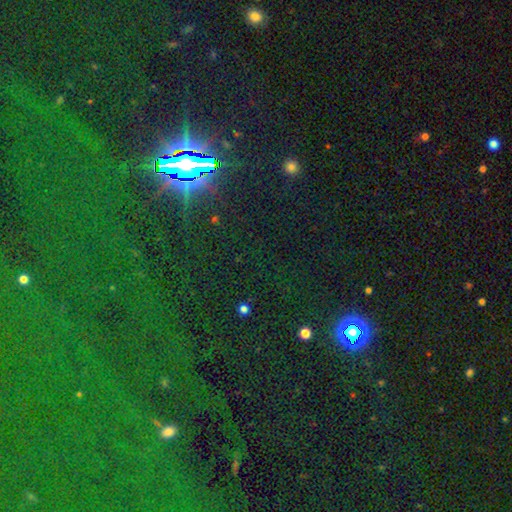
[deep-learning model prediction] Q: Smooth or featured?
A: star or artifact (84%); runner-up: smooth (10%)